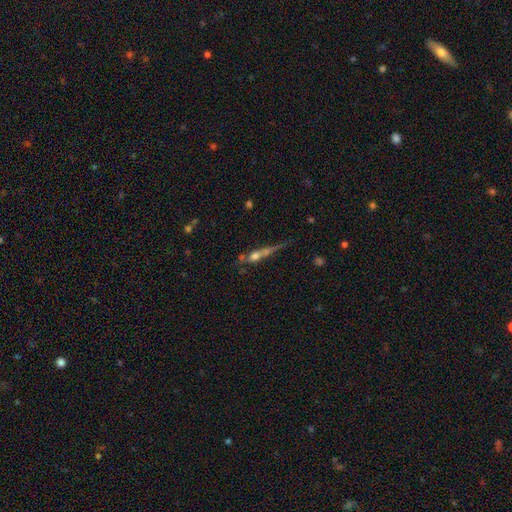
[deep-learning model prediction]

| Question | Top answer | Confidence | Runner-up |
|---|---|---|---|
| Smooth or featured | featured or disk | 47% | smooth (37%) |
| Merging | none | 40% | merger (26%) |